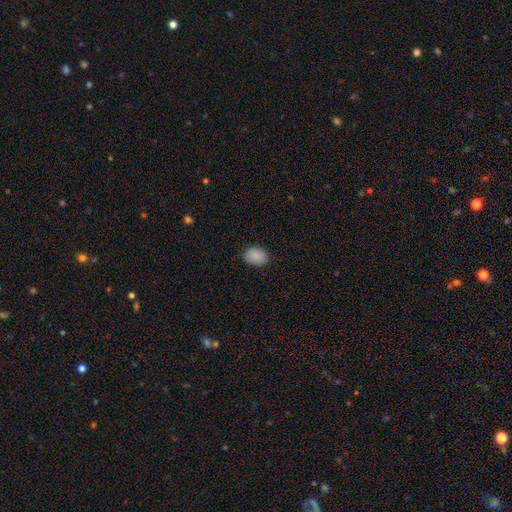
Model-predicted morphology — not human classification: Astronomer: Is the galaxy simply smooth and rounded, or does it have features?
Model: smooth — 88%.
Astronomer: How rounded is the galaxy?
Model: in between — 65%.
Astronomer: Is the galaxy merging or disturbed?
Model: none — 87%.